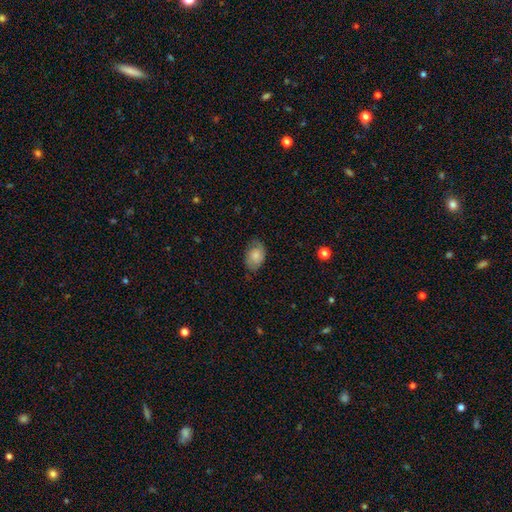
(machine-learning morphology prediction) smooth-or-featured: smooth: 71% | featured or disk: 22% | star or artifact: 7%
  how-rounded: in between: 85% | round: 14% | cigar-shaped: 1%
  merging: none: 68% | minor disturbance: 24% | major disturbance: 7% | merger: 1%